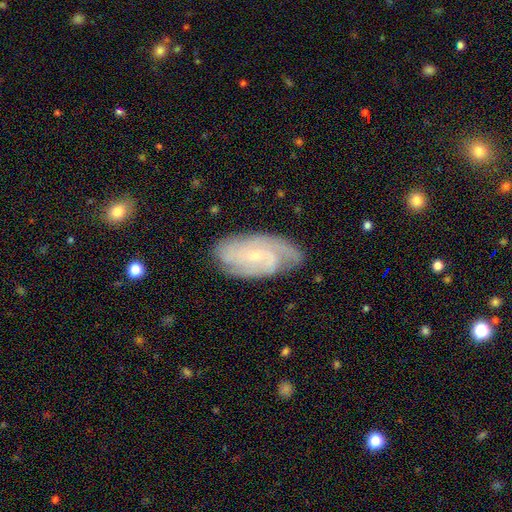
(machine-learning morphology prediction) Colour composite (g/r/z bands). It shows a featured or disk galaxy (83%) with no bar (49%), 3 (27%) tight (58%) spiral arms (96%) and a small central bulge (72%). Merging: none (76%).